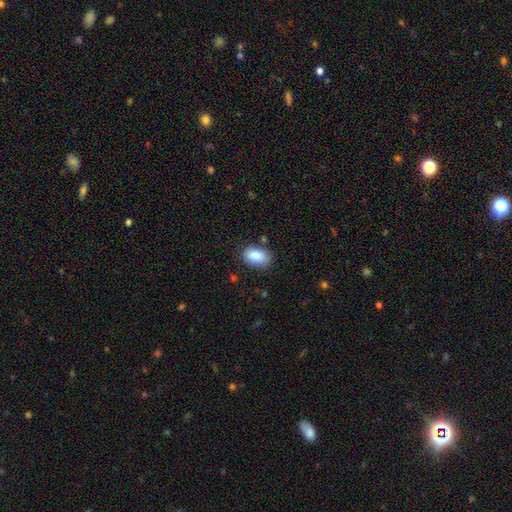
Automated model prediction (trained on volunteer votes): Morphology: type=smooth (87%); roundness=in between (90%); merging=none (80%).